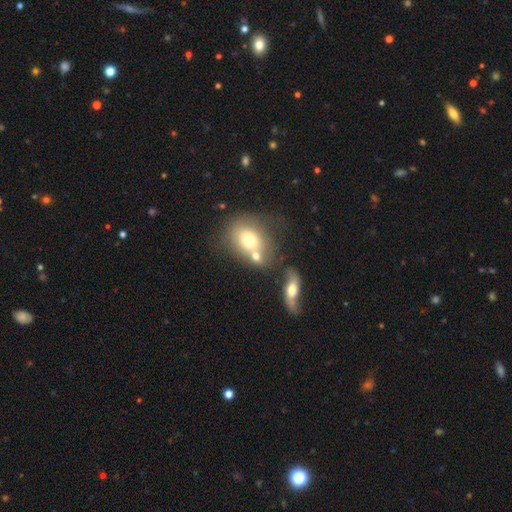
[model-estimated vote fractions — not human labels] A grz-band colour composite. It shows a smooth galaxy with no disk features (65%) that is in between round and cigar-shaped (52%). Merging: merger (42%).